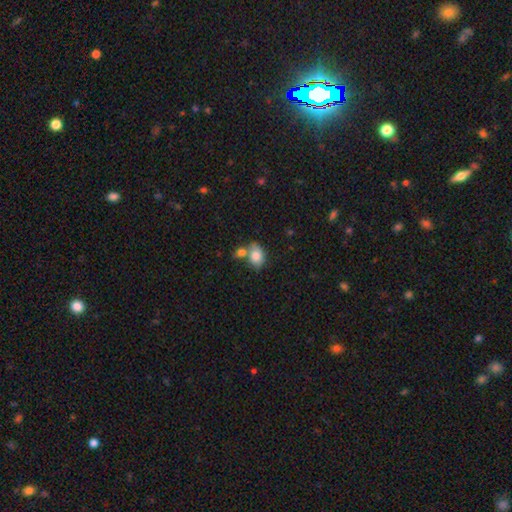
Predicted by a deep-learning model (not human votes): This appears to be a smooth galaxy with no disk features (80%) that is in between round and cigar-shaped (75%). Merging: merger (39%, tied with none).